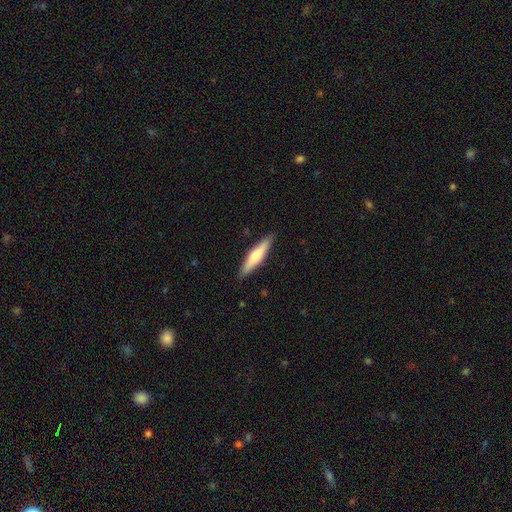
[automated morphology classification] The model was most divided on "smooth or featured": smooth: 57%, featured or disk: 38%, star or artifact: 5%. More confident: merging — none (90%); how rounded — cigar-shaped (83%).